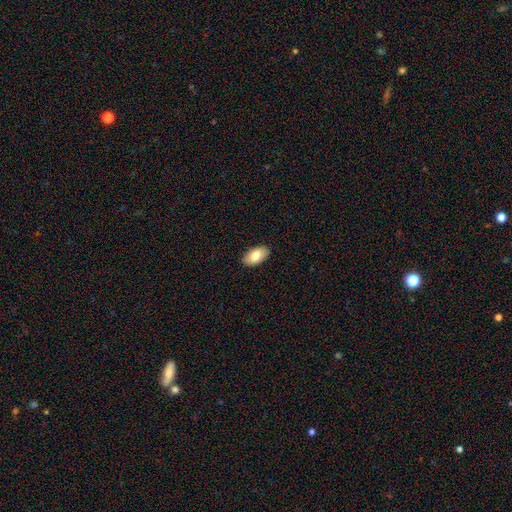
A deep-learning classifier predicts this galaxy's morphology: Smooth or featured: smooth — 81% (featured or disk — 12%)
How rounded: in between — 94% (round — 4%)
Merging: none — 89% (minor disturbance — 8%)